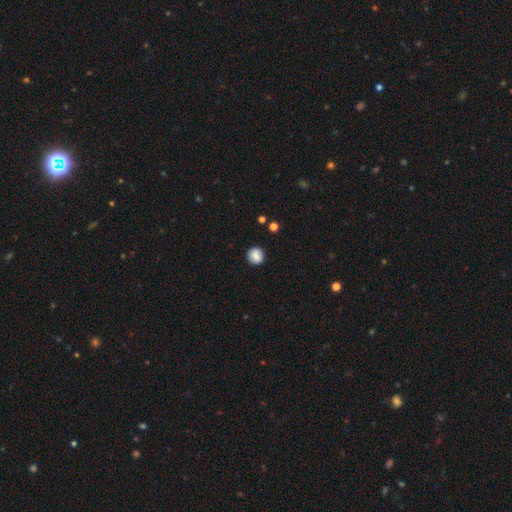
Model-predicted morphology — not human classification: smooth 85%, star or artifact 9%, featured or disk 6%. Down the decision tree: how rounded — round (87%); merging — none (88%).